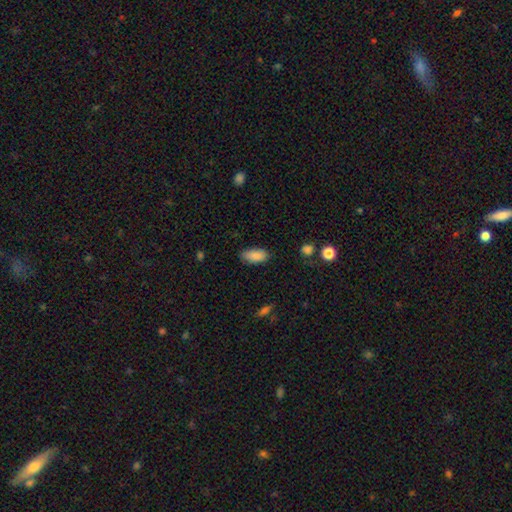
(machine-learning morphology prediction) type=smooth (88%); roundness=in between (90%); merging=none (80%).